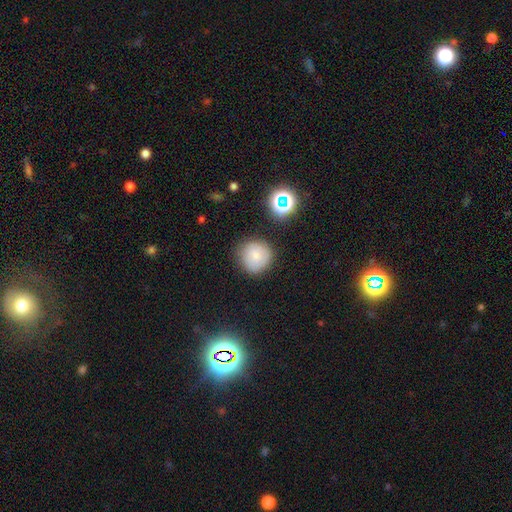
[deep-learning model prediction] Q: Smooth or featured?
A: smooth (79%); runner-up: star or artifact (12%)
Q: How rounded?
A: round (93%); runner-up: in between (6%)
Q: Merging?
A: none (81%); runner-up: minor disturbance (13%)